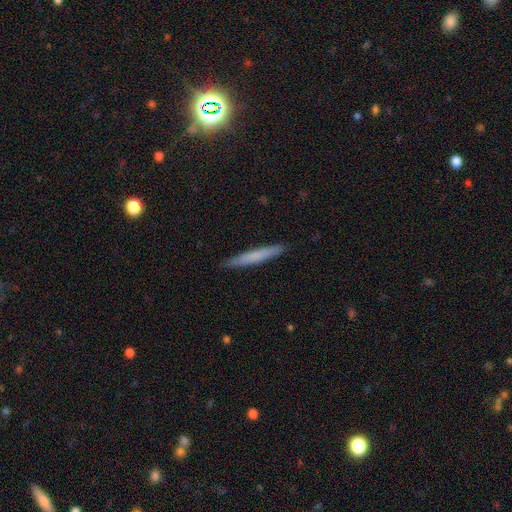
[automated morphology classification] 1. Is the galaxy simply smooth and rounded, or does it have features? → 67% smooth, 27% featured or disk, 6% star or artifact.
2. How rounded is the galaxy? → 96% cigar-shaped, 2% in between, 1% round.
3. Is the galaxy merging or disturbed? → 91% none, 7% minor disturbance, 1% major disturbance, 1% merger.